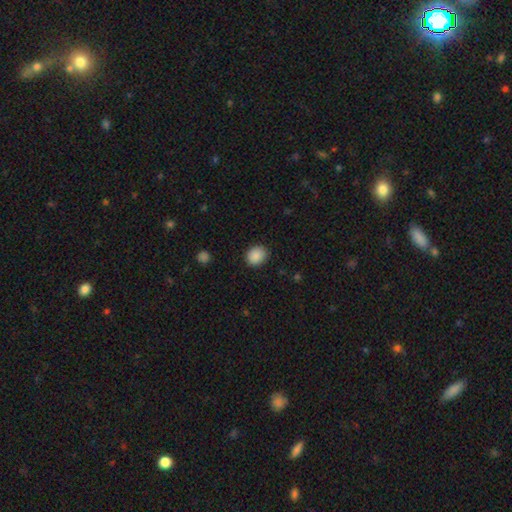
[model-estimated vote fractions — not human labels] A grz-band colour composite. It shows a smooth galaxy with no disk features (89%) that is round (59%). Merging: none (87%).